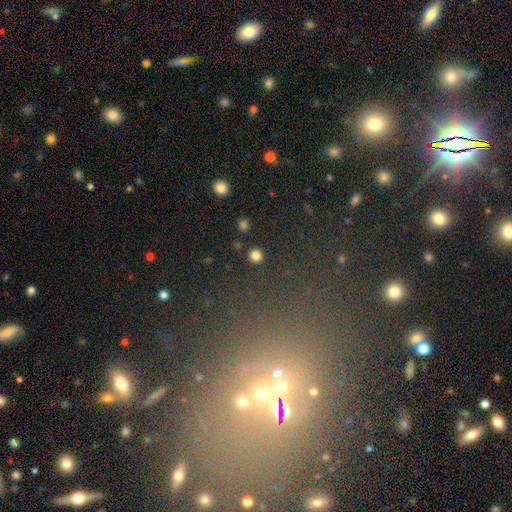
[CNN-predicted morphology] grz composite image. It shows a smooth galaxy with no disk features (82%) that is round (95%). Merging: none (91%).